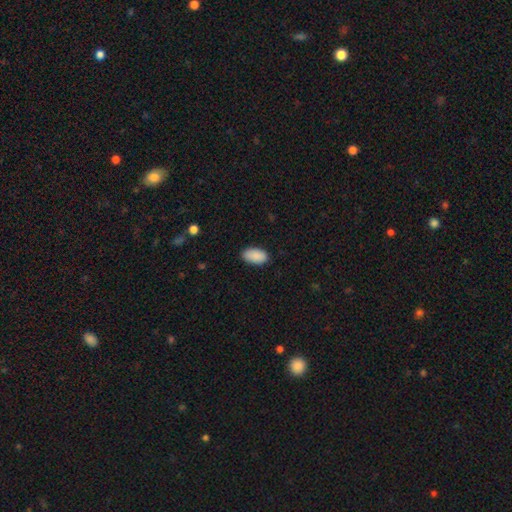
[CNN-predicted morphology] A smooth galaxy with no disk features (90%) that is in between round and cigar-shaped (95%). Merging: none (86%).